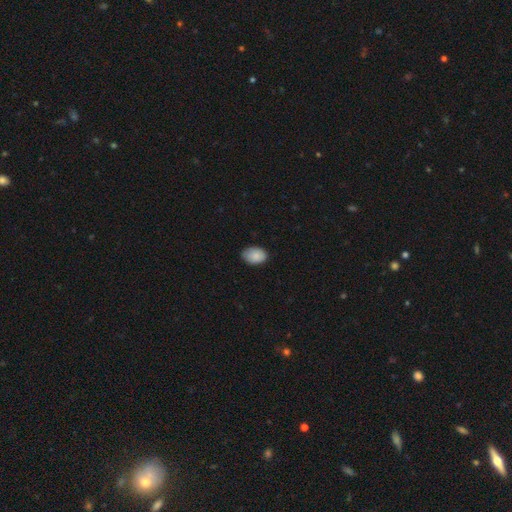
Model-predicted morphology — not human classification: The model was most divided on "merging": none: 78%, minor disturbance: 19%, major disturbance: 3%, merger: 1%. More confident: smooth or featured — smooth (88%); how rounded — in between (82%).